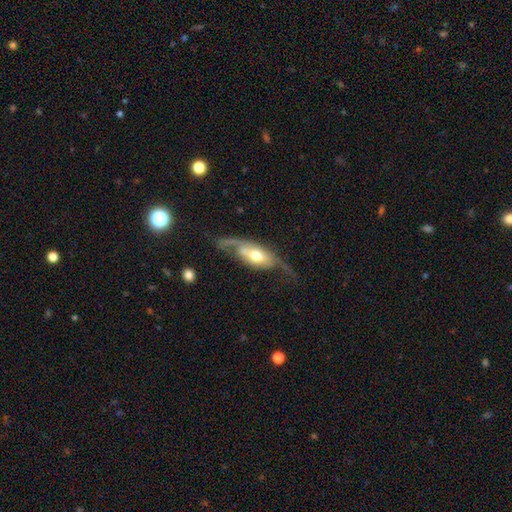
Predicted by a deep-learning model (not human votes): Q: Smooth or featured?
A: featured or disk (68%); runner-up: smooth (27%)
Q: Edge-on disk?
A: no (79%); runner-up: yes (21%)
Q: Bar?
A: no (60%); runner-up: weak (26%)
Q: Spiral arms?
A: yes (78%); runner-up: no (22%)
Q: Bulge size?
A: moderate (66%); runner-up: large (15%)
Q: Merging?
A: none (41%); runner-up: major disturbance (31%)